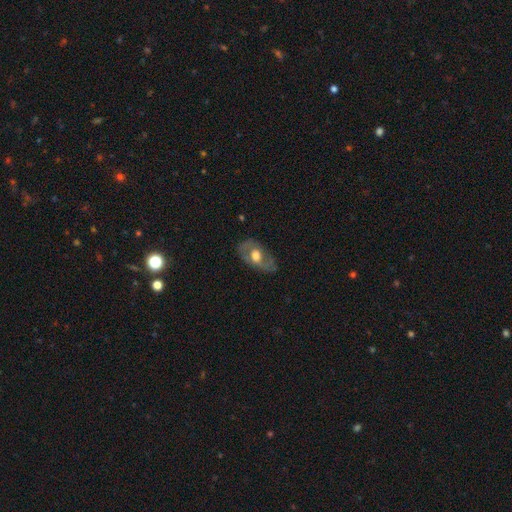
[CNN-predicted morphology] Smooth or featured: featured or disk — 57% (smooth — 37%)
Edge-on disk: no — 89% (yes — 11%)
Bar: no — 71% (weak — 23%)
Spiral arms: no — 56% (yes — 44%)
Bulge size: moderate — 55% (large — 37%)
Merging: none — 70% (minor disturbance — 21%)